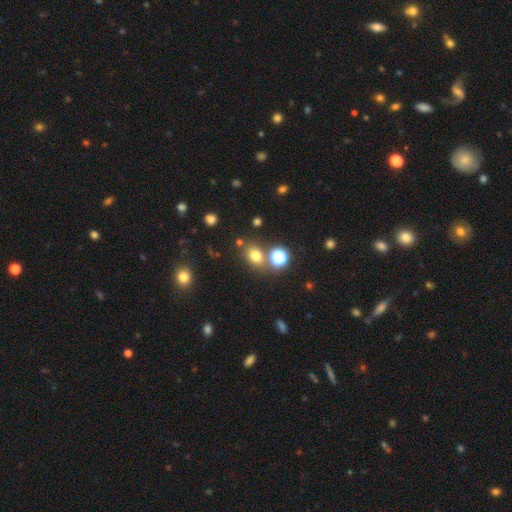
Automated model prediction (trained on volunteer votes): A smooth galaxy with no disk features (72%) that is round (51%). Merging: none (72%).